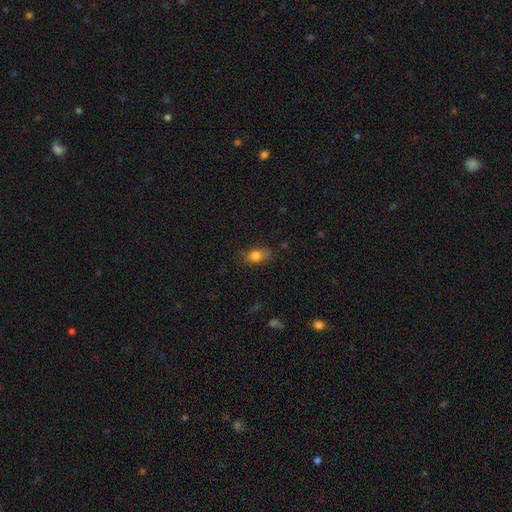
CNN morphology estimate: A smooth galaxy with no disk features (80%) that is in between round and cigar-shaped (75%). Merging: none (71%).